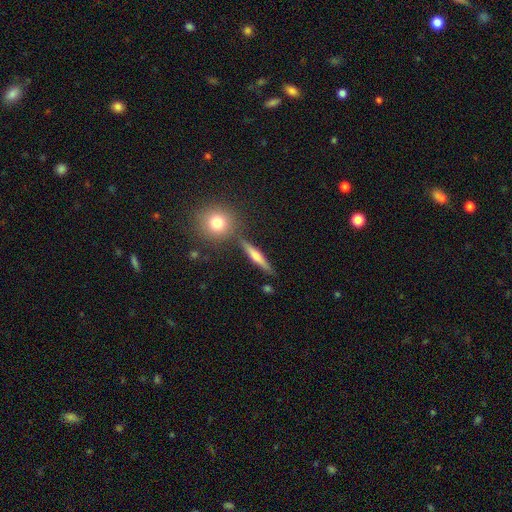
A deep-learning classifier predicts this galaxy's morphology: A featured or disk galaxy (46%).

Vote fractions:
- Smooth or featured? featured or disk: 46% / smooth: 45% / star or artifact: 9%
- Merging? none: 84% / minor disturbance: 8% / merger: 5% / major disturbance: 3%